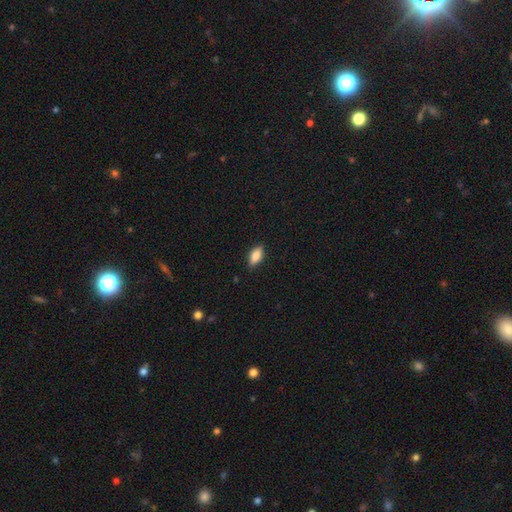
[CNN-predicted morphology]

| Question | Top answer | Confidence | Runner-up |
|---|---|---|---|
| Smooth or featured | smooth | 76% | featured or disk (17%) |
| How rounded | in between | 83% | cigar-shaped (14%) |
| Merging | none | 87% | minor disturbance (10%) |